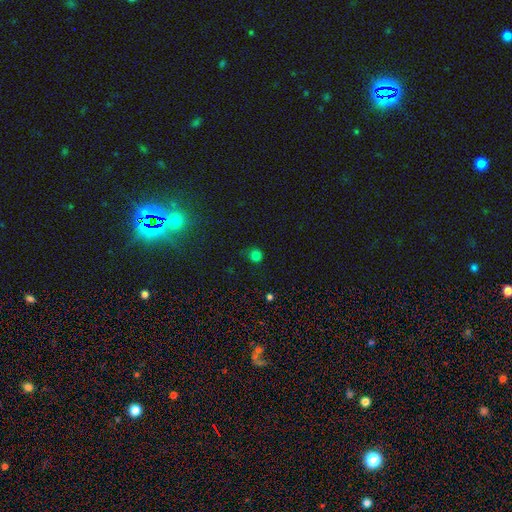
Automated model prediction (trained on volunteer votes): Overall: smooth (77%). How rounded: round (92%). Merging: none (82%).